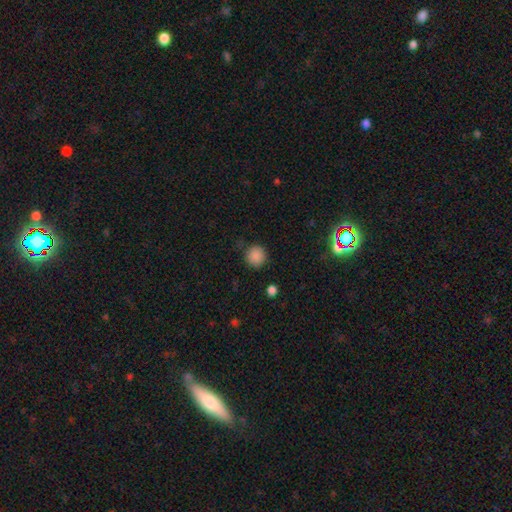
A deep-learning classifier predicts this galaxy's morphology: Overall: smooth (87%). How rounded: round (94%). Merging: none (86%).